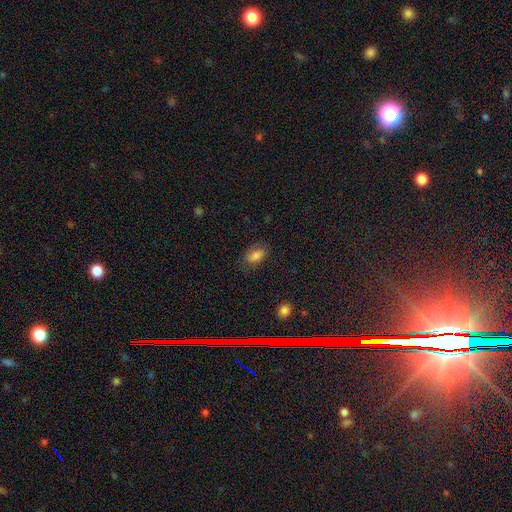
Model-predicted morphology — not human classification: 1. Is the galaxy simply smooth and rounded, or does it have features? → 79% smooth, 12% featured or disk, 10% star or artifact.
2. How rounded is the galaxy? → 89% in between, 8% round, 4% cigar-shaped.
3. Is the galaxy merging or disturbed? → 72% none, 20% minor disturbance, 7% major disturbance, 1% merger.